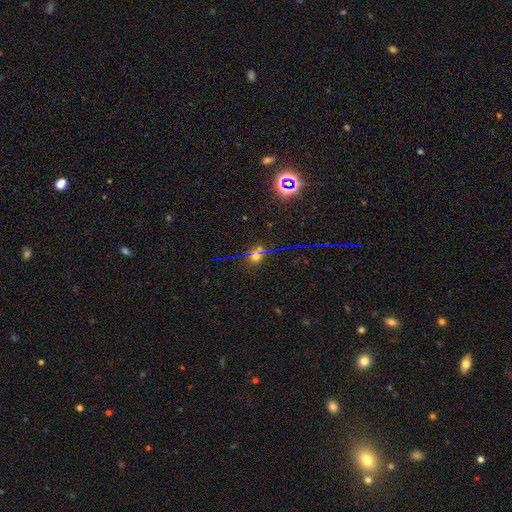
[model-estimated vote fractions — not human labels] The model was most divided on "smooth or featured": star or artifact: 59%, smooth: 26%, featured or disk: 14%.